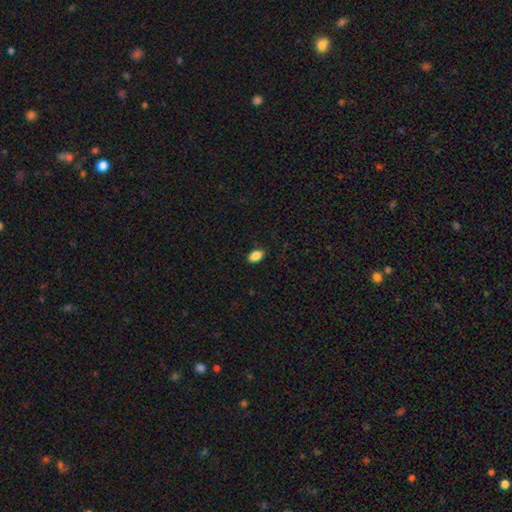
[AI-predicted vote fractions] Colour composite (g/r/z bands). It shows a smooth galaxy with no disk features (88%) that is in between round and cigar-shaped (90%). Merging: none (87%).